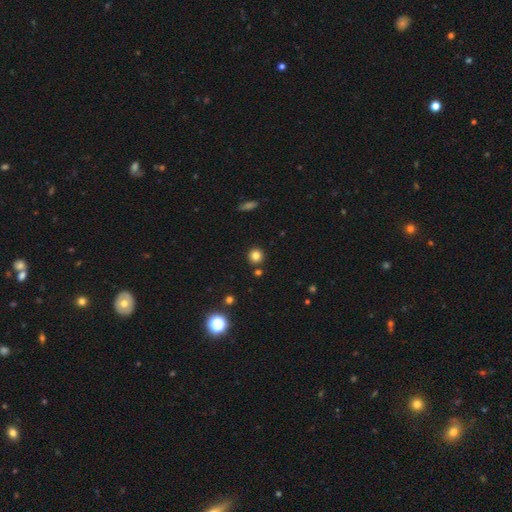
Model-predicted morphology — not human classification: A smooth galaxy with no disk features (81%) that is round (92%). Merging: none (86%).